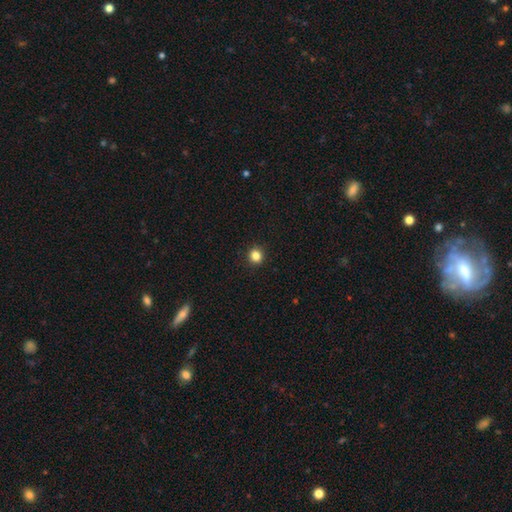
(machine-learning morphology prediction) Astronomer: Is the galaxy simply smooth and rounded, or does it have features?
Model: smooth — 84%.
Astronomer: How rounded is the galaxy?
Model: round — 87%.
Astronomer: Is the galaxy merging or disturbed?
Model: none — 92%.